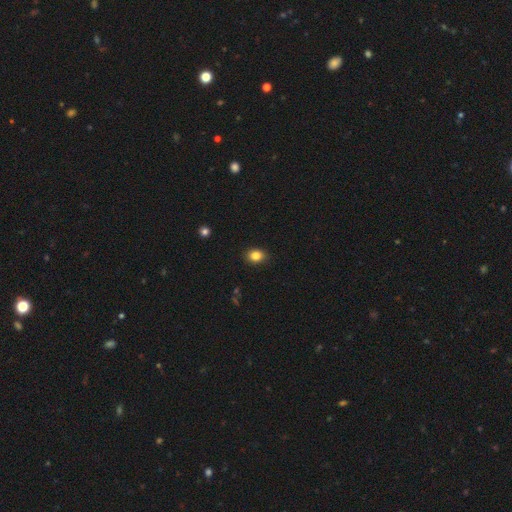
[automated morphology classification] Smooth or featured? smooth (84%)
How rounded? in between (50%)
Merging? none (87%)